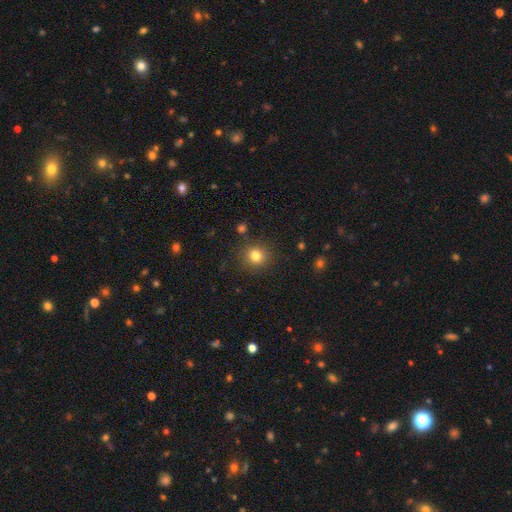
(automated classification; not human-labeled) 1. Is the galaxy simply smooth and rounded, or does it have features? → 81% smooth, 13% star or artifact, 6% featured or disk.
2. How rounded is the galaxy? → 88% round, 11% in between, 1% cigar-shaped.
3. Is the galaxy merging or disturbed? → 87% none, 8% minor disturbance, 3% major disturbance, 2% merger.